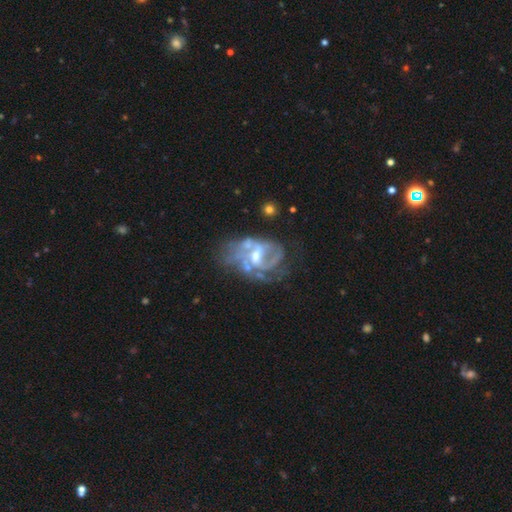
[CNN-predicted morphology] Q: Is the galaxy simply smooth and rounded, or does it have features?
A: featured or disk — 84%.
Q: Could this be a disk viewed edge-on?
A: no — 97%.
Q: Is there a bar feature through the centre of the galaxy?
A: weak — 50%.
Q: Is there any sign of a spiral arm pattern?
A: yes — 80%.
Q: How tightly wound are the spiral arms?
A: medium — 43%.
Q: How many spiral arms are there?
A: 2 — 38%.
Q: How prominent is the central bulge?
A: moderate — 55%.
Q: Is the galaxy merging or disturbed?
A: none — 41%.